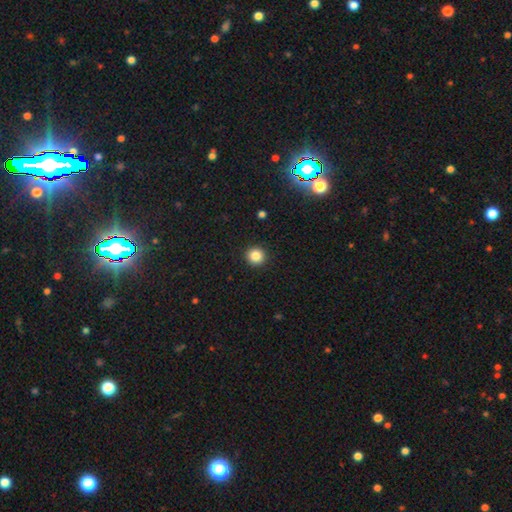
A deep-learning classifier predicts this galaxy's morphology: The model was most divided on "smooth or featured": smooth: 84%, star or artifact: 11%, featured or disk: 5%. More confident: how rounded — round (94%); merging — none (93%).